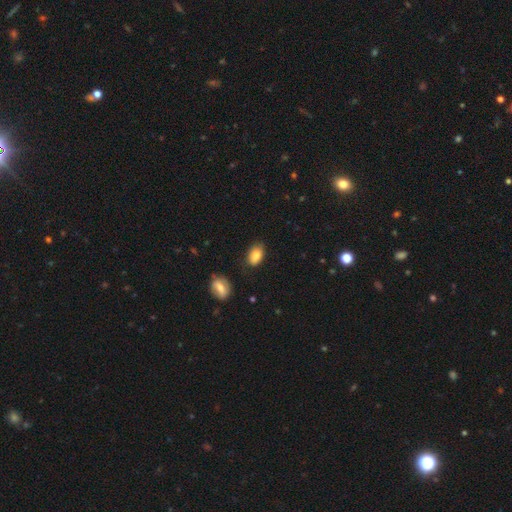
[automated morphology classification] type=smooth (84%); roundness=in between (89%); merging=none (79%).